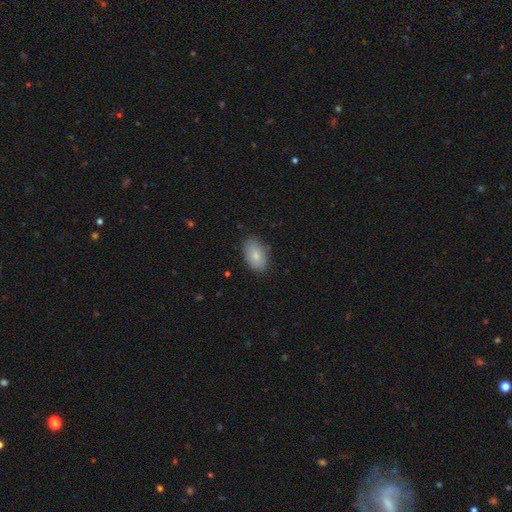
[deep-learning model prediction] A smooth galaxy with no disk features (82%) that is in between round and cigar-shaped (91%).

Vote fractions:
- Smooth or featured? smooth: 82% / featured or disk: 12% / star or artifact: 7%
- How rounded? in between: 91% / round: 7% / cigar-shaped: 1%
- Merging? none: 81% / minor disturbance: 14% / major disturbance: 3% / merger: 1%